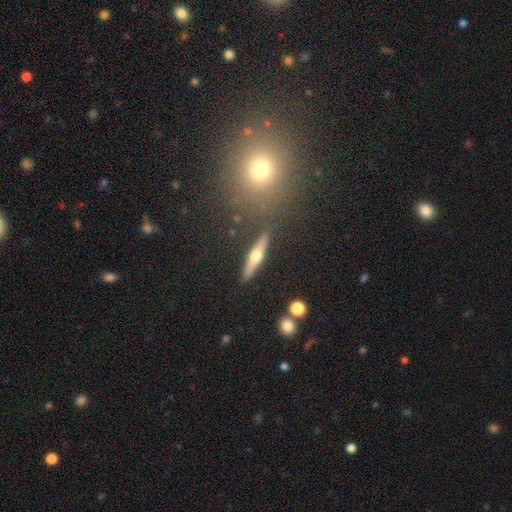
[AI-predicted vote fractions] Overall: featured or disk (53%; smooth 41%). Edge-on disk: yes (92%). Merging: none (88%).